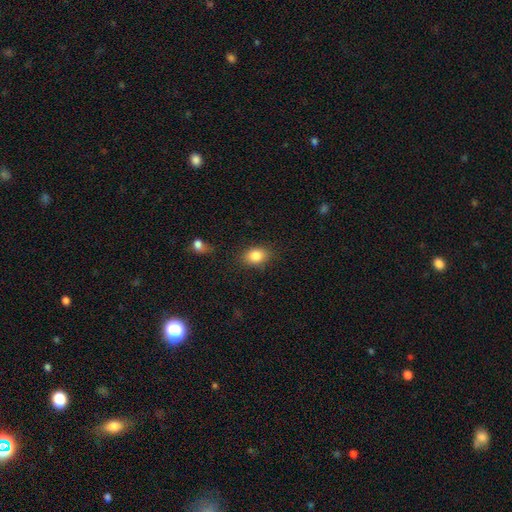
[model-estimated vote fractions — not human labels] Smooth or featured: smooth — 84% (star or artifact — 9%)
How rounded: in between — 70% (round — 29%)
Merging: none — 81% (minor disturbance — 13%)